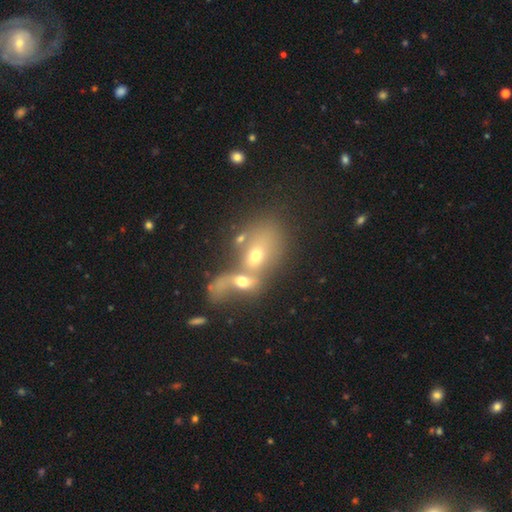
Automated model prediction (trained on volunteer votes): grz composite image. It shows a smooth galaxy with no disk features (44%). Merging: merger (78%).